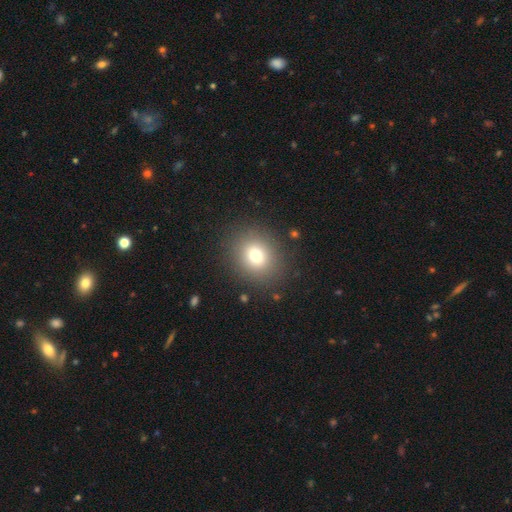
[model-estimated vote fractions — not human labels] Morphology: type=smooth (75%); roundness=round (71%); merging=none (87%).